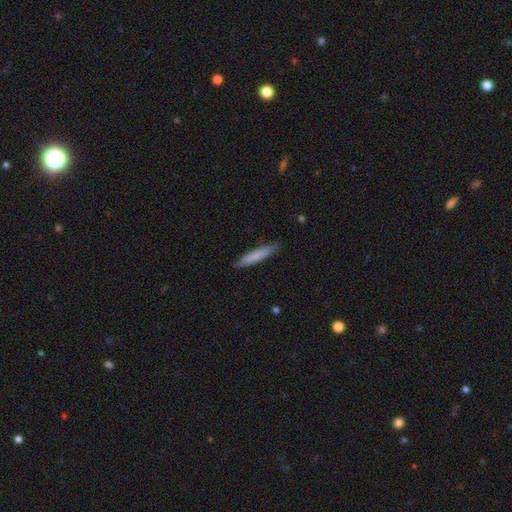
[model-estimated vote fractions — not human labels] Smooth or featured? smooth (78%)
How rounded? cigar-shaped (91%)
Merging? none (87%)